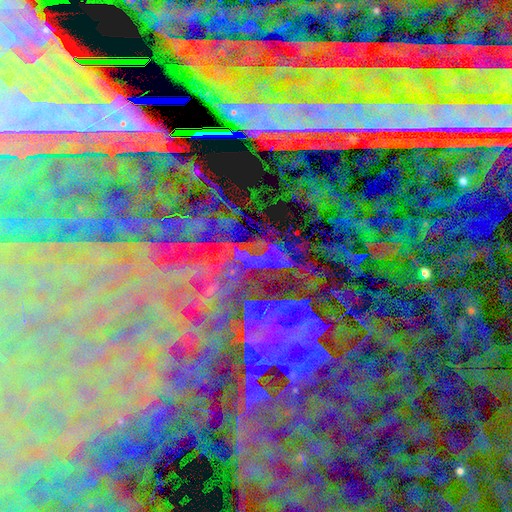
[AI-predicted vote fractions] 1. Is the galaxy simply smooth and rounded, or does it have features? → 86% star or artifact, 8% featured or disk, 7% smooth.